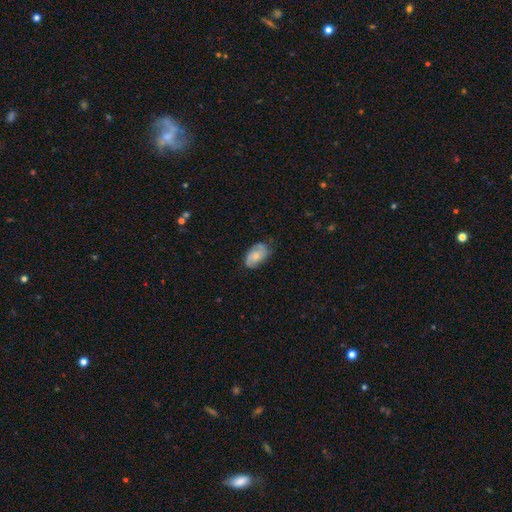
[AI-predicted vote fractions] Smooth or featured: smooth — 52% (featured or disk — 42%)
How rounded: in between — 91% (round — 7%)
Merging: none — 66% (minor disturbance — 27%)